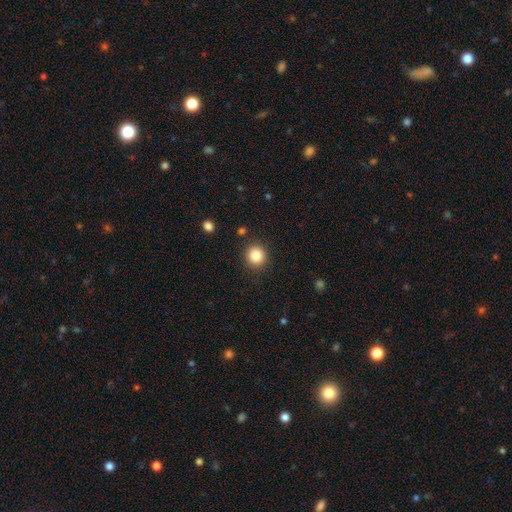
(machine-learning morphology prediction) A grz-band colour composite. It shows a smooth galaxy with no disk features (85%) that is round (88%). Merging: none (89%).